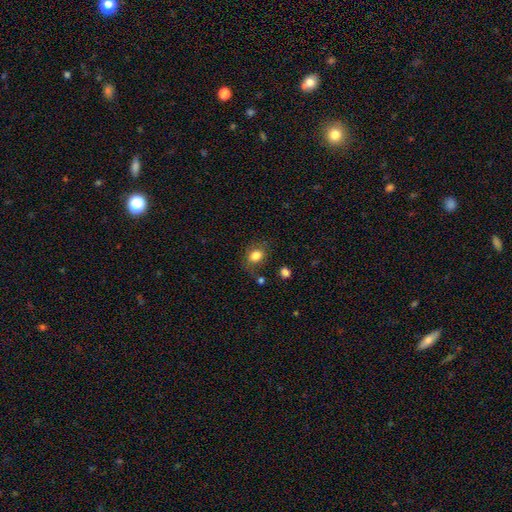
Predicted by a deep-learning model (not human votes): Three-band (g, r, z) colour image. It shows a smooth galaxy with no disk features (80%) that is in between round and cigar-shaped (56%). Merging: none (70%).